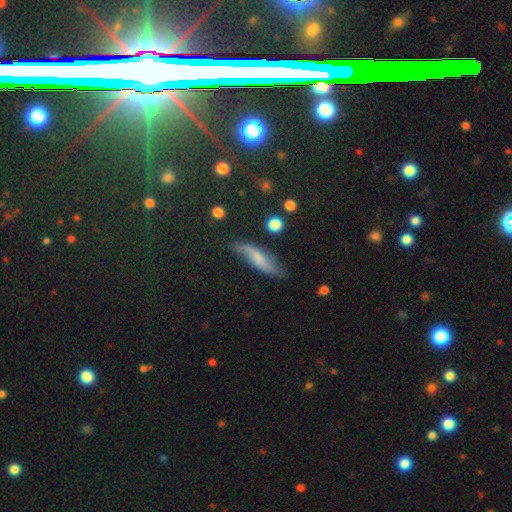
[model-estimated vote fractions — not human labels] Smooth or featured: featured or disk — 46% (smooth — 43%)
Merging: none — 66% (minor disturbance — 24%)